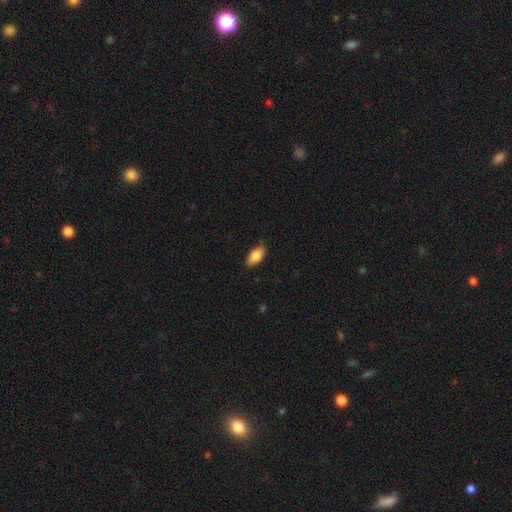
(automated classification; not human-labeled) This appears to be a smooth galaxy with no disk features (82%) that is in between round and cigar-shaped (90%). Merging: none (82%).